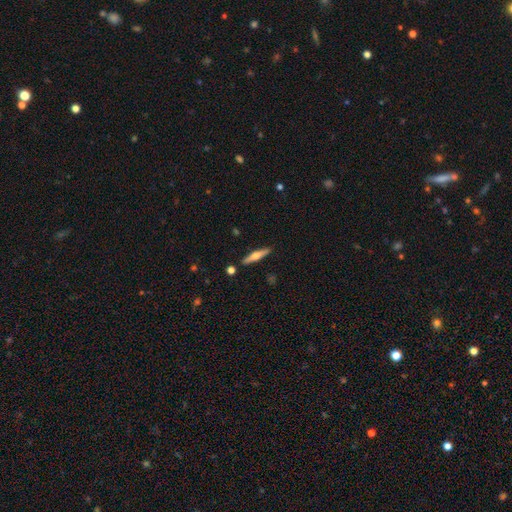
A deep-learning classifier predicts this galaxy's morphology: This appears to be a featured or disk galaxy (56%) viewed edge-on (96%) with a rounded central bulge (90%). Merging: none (88%).